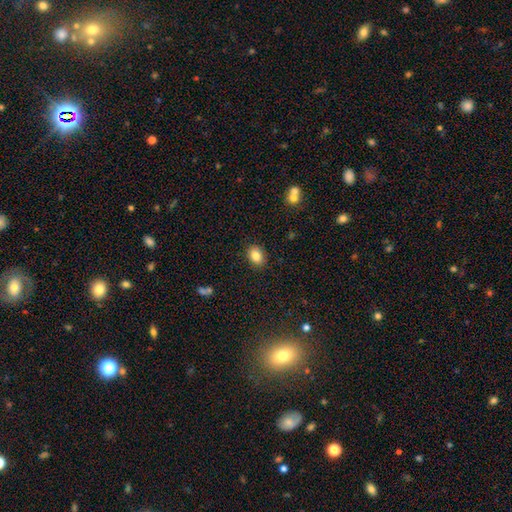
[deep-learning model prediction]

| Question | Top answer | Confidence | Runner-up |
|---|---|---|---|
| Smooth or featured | smooth | 85% | star or artifact (9%) |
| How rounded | in between | 69% | round (30%) |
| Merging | none | 88% | minor disturbance (8%) |